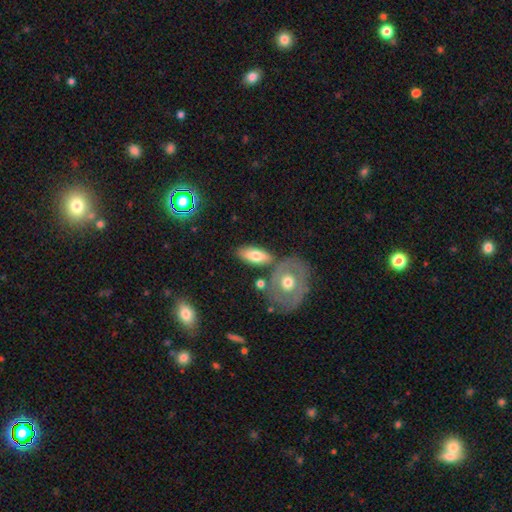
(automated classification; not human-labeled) smooth-or-featured: smooth: 65% | featured or disk: 29% | star or artifact: 6%
  how-rounded: in between: 83% | cigar-shaped: 12% | round: 5%
  merging: none: 67% | merger: 15% | minor disturbance: 14% | major disturbance: 4%